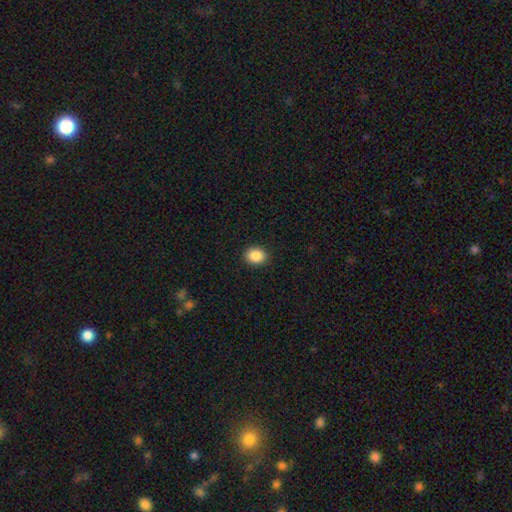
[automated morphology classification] Smooth or featured? Predicted: smooth (p=0.88). How rounded? Predicted: round (p=0.52). Merging? Predicted: none (p=0.90).